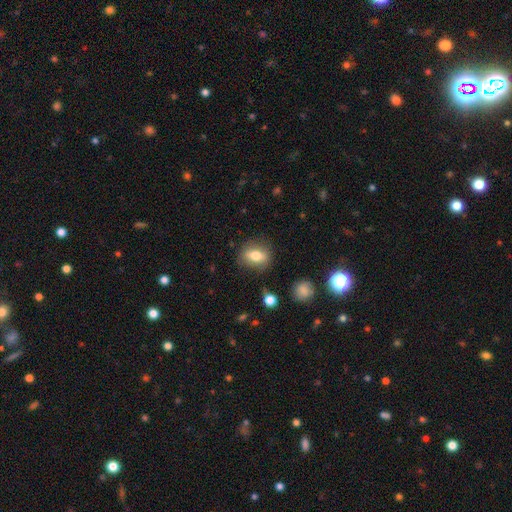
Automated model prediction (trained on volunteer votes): A smooth galaxy with no disk features (69%) that is in between round and cigar-shaped (60%).

Vote fractions:
- Smooth or featured? smooth: 69% / featured or disk: 22% / star or artifact: 9%
- How rounded? in between: 60% / round: 35% / cigar-shaped: 5%
- Merging? none: 80% / minor disturbance: 14% / major disturbance: 4% / merger: 2%